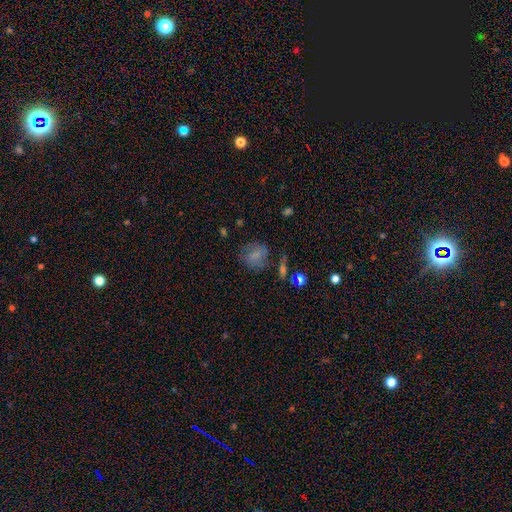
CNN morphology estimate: This is likely a smooth galaxy (67%). How rounded: likely round (66%). Merging: likely none (62%).